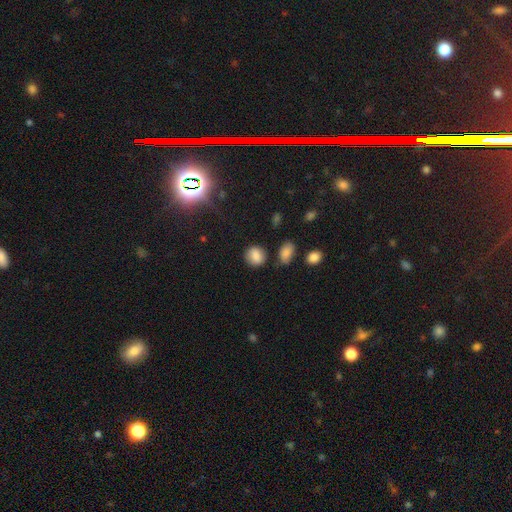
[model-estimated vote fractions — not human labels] A smooth galaxy with no disk features (82%) that is round (76%). Merging: none (82%).